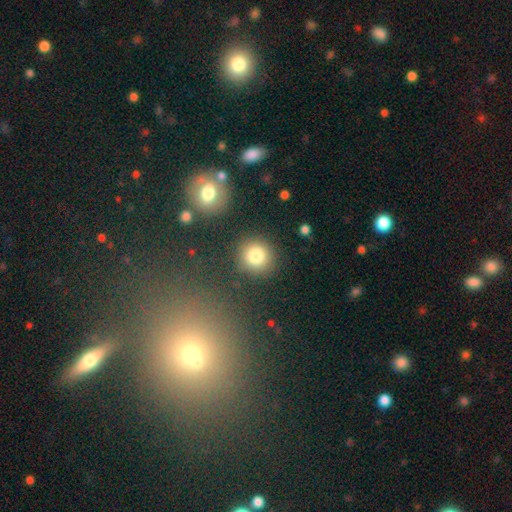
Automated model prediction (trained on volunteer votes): Q: Smooth or featured?
A: smooth (81%); runner-up: star or artifact (12%)
Q: How rounded?
A: round (91%); runner-up: in between (8%)
Q: Merging?
A: none (85%); runner-up: minor disturbance (8%)